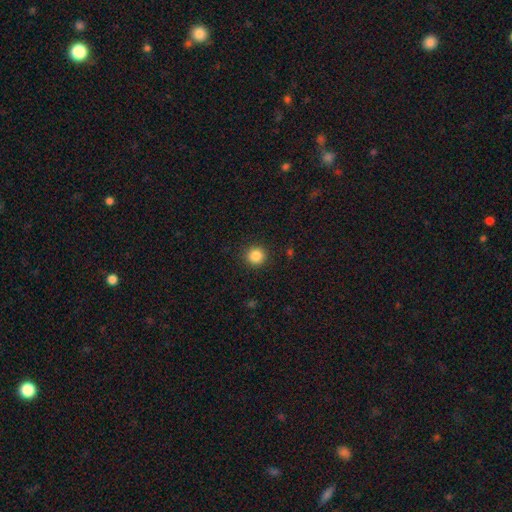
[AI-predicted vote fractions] smooth 86%, star or artifact 11%, featured or disk 3%. Down the decision tree: how rounded — round (94%); merging — none (91%).